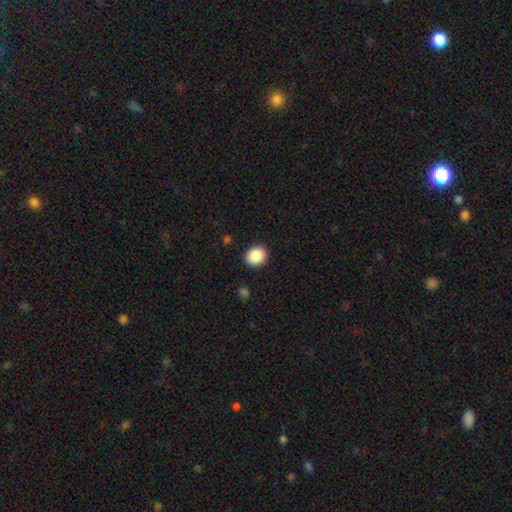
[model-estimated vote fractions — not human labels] A smooth galaxy with no disk features (89%) that is round (64%). Merging: none (90%).